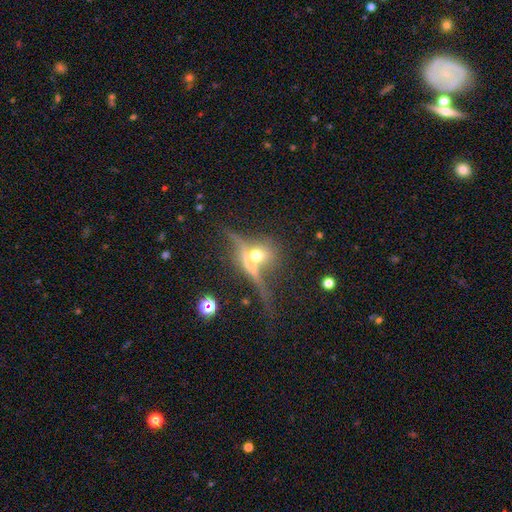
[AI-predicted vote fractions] smooth_or_featured: featured or disk (p=0.55) [alt: smooth p=0.29]
disk_edge_on: yes (p=0.74) [alt: no p=0.26]
merging: none (p=0.50) [alt: merger p=0.23]